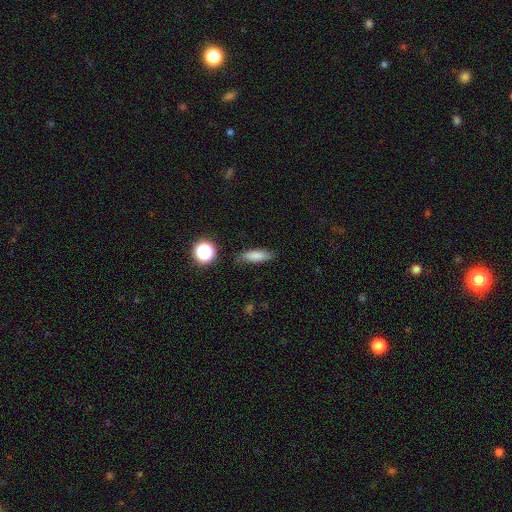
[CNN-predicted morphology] smooth 80%, star or artifact 10%, featured or disk 9%. Down the decision tree: how rounded — cigar-shaped (50%); merging — none (81%).